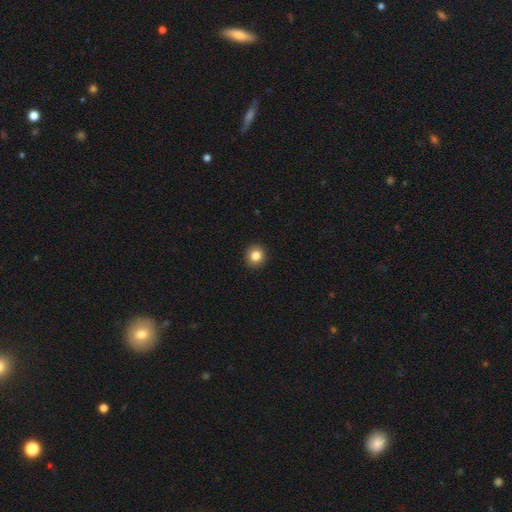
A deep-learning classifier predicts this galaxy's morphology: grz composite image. It shows a smooth galaxy with no disk features (85%) that is round (92%). Merging: none (92%).